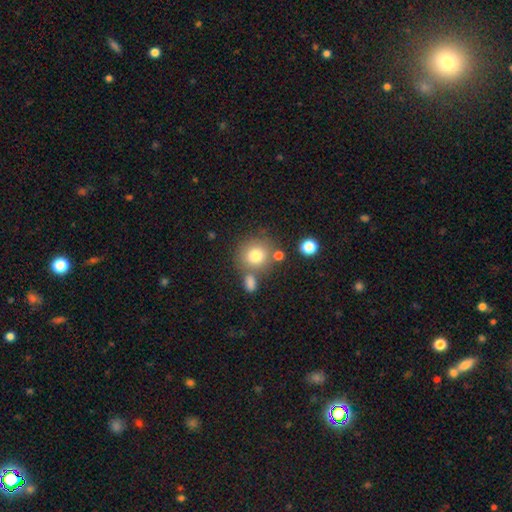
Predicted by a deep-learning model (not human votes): A smooth galaxy with no disk features (78%) that is round (85%).

Vote fractions:
- Smooth or featured? smooth: 78% / star or artifact: 11% / featured or disk: 11%
- How rounded? round: 85% / in between: 14% / cigar-shaped: 1%
- Merging? none: 65% / merger: 19% / minor disturbance: 12% / major disturbance: 5%